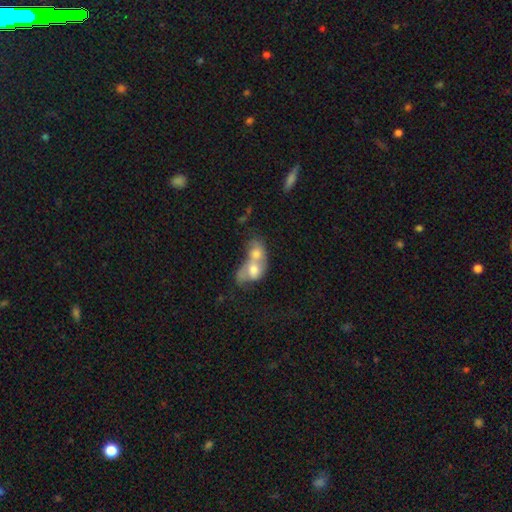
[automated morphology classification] type=smooth (54%); roundness=in between (54%); merging=merger (81%).